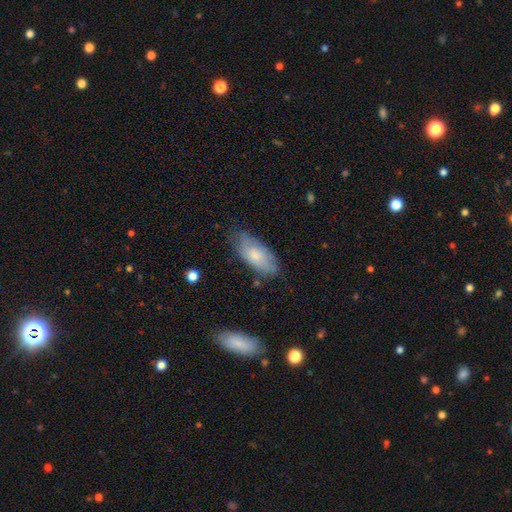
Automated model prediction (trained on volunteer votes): This is likely a smooth galaxy (75%). How rounded: clearly in between (88%). Merging: likely none (67%).